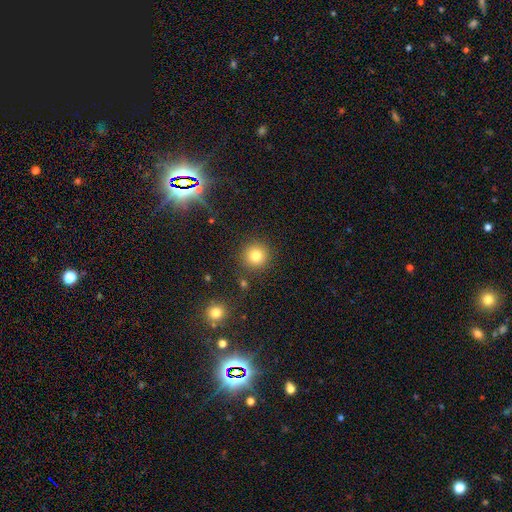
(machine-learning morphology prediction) This is clearly a smooth galaxy (80%). How rounded: clearly round (94%). Merging: clearly none (87%).